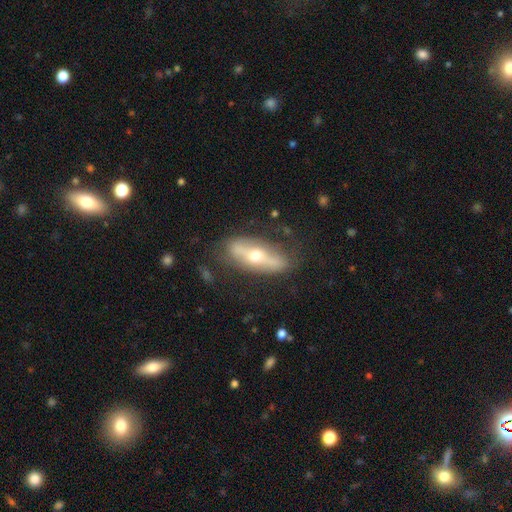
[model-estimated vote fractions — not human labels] Smooth or featured: featured or disk — 64% (smooth — 29%)
Edge-on disk: no — 52% (yes — 48%)
Merging: none — 74% (minor disturbance — 17%)